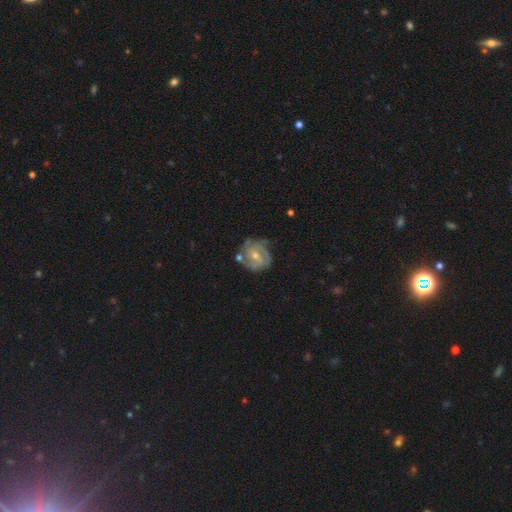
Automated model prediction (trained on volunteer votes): featured or disk 82%, smooth 12%, star or artifact 6%. Down the decision tree: edge-on disk — no (98%); bar — no (48%); spiral arms — yes (93%); spiral arm count — 3 (33%); spiral winding — tight (57%); bulge size — moderate (52%); merging — none (61%).